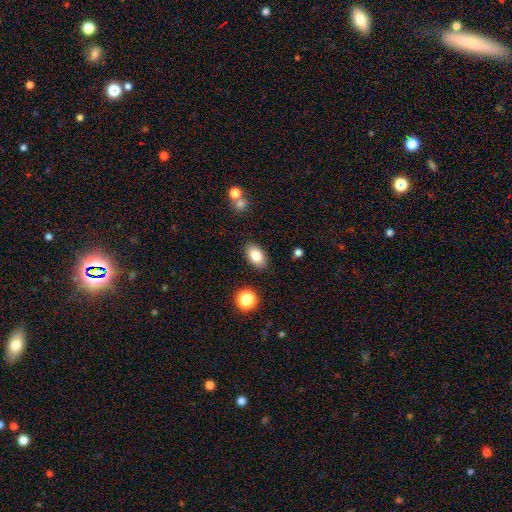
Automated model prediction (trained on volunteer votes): A smooth galaxy with no disk features (82%) that is in between round and cigar-shaped (90%).

Vote fractions:
- Smooth or featured? smooth: 82% / featured or disk: 9% / star or artifact: 8%
- How rounded? in between: 90% / round: 8% / cigar-shaped: 2%
- Merging? none: 86% / minor disturbance: 9% / major disturbance: 2% / merger: 2%